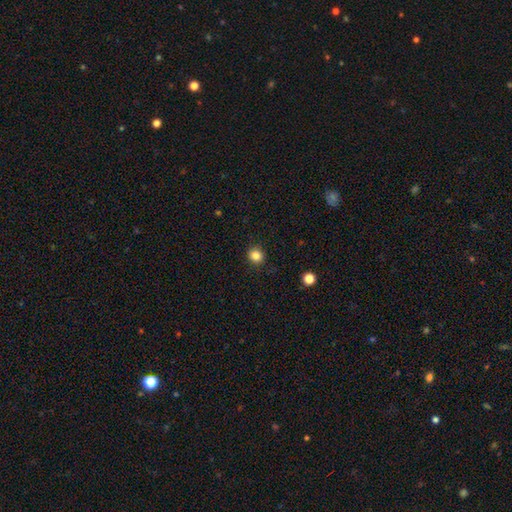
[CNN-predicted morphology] The model was most divided on "how rounded": round: 84%, in between: 15%, cigar-shaped: 1%. More confident: merging — none (89%); smooth or featured — smooth (84%).